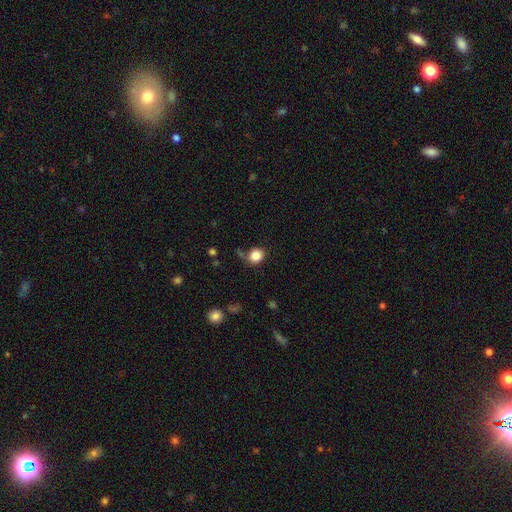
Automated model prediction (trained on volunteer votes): smooth 85%, star or artifact 10%, featured or disk 5%. Down the decision tree: how rounded — round (72%); merging — none (73%).